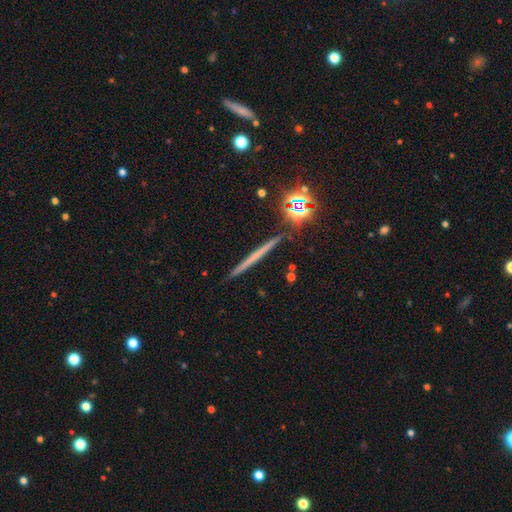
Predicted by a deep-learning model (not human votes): Smooth or featured: featured or disk — 43% (smooth — 41%)
Merging: none — 91% (minor disturbance — 6%)